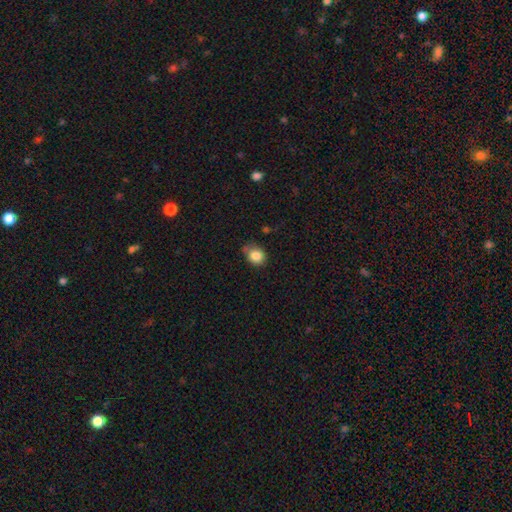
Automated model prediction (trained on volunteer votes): Morphology: type=smooth (84%); roundness=round (61%); merging=none (59%).